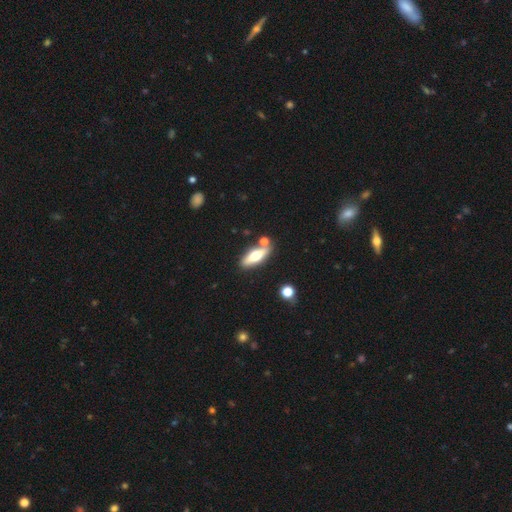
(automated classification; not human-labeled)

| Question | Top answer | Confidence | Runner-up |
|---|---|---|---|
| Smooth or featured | smooth | 49% | featured or disk (44%) |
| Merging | none | 76% | minor disturbance (10%) |